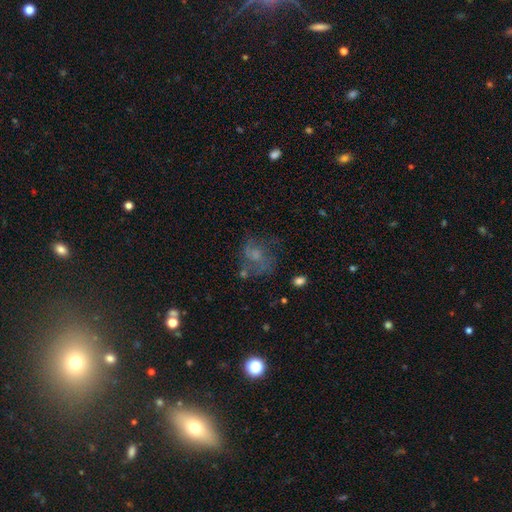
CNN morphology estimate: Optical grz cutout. It shows a featured or disk galaxy (43%). Merging: none (48%).